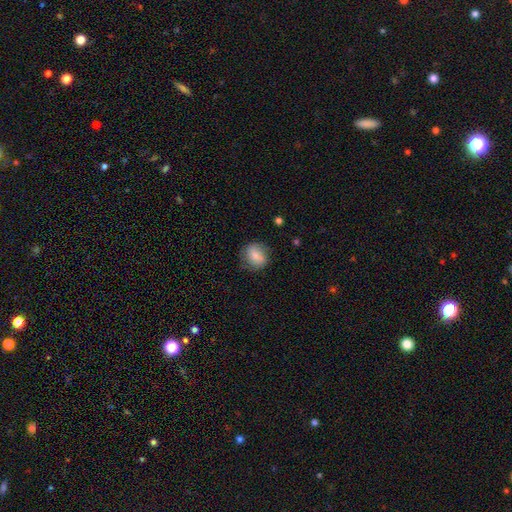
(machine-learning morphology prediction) A smooth galaxy with no disk features (74%) that is round (72%). Merging: none (72%).